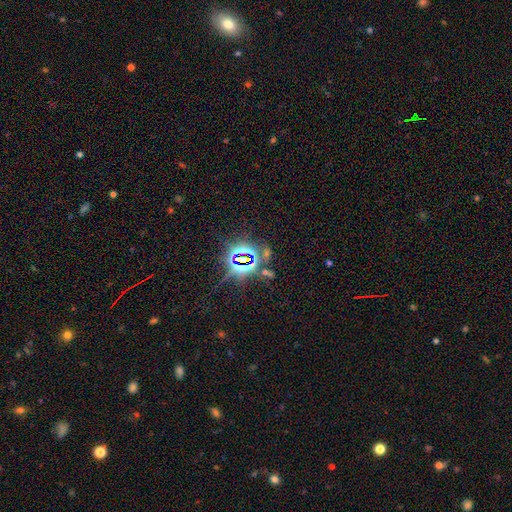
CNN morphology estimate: Smooth or featured? star or artifact (83%)